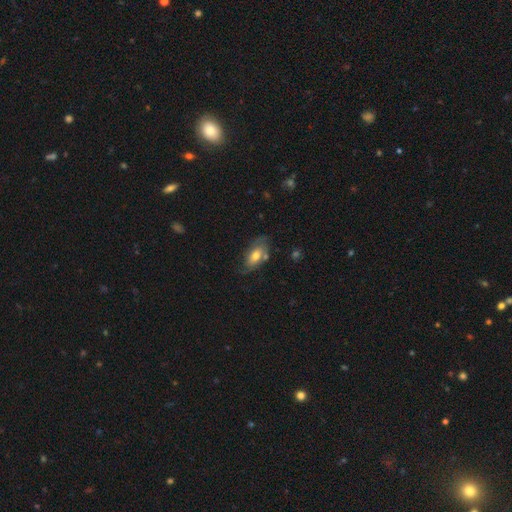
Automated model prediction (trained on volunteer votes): Morphology: type=smooth (57%); roundness=in between (89%); merging=none (55%).